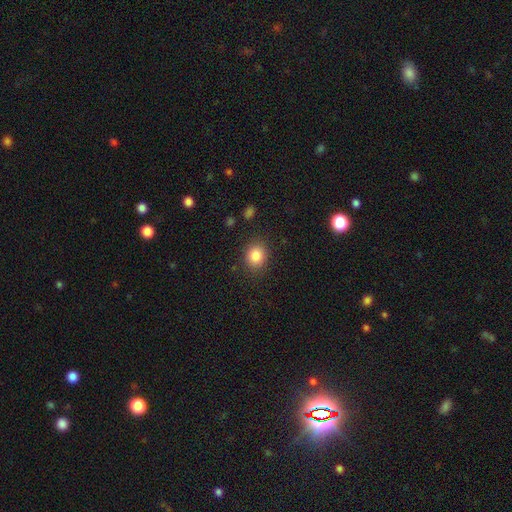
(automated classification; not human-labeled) Overall: smooth (85%). How rounded: round (71%). Merging: none (86%).